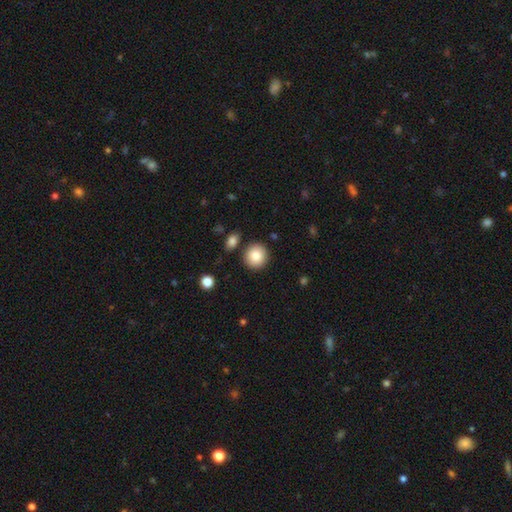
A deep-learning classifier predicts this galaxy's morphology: Smooth or featured: smooth — 84% (star or artifact — 8%)
How rounded: round — 91% (in between — 8%)
Merging: none — 86% (minor disturbance — 7%)